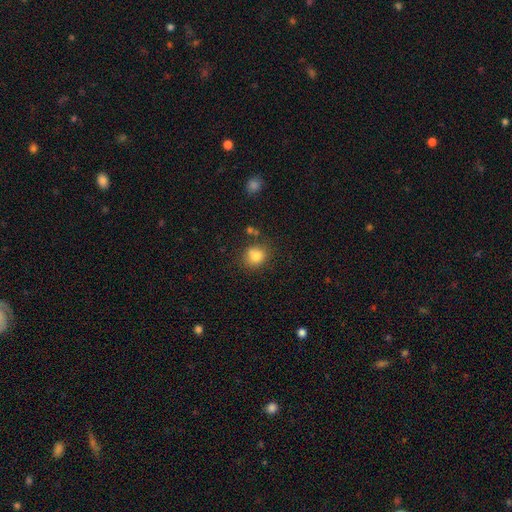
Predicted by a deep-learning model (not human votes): Smooth or featured? Predicted: smooth (p=0.82). How rounded? Predicted: round (p=0.77). Merging? Predicted: none (p=0.67).